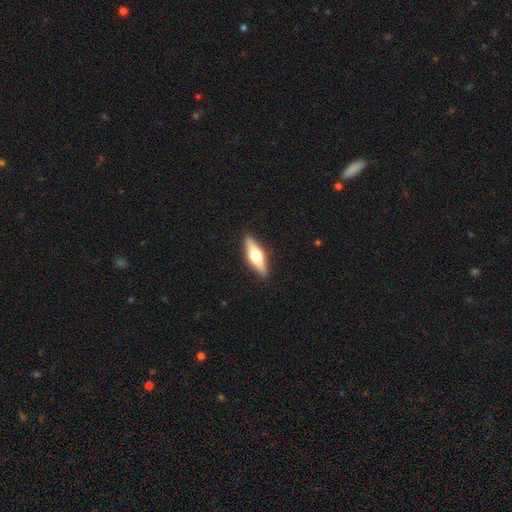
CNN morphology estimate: smooth-or-featured: featured or disk: 51% | smooth: 44% | star or artifact: 6%
  disk-edge-on: yes: 92% | no: 8%
  merging: none: 90% | minor disturbance: 8% | major disturbance: 2% | merger: 1%